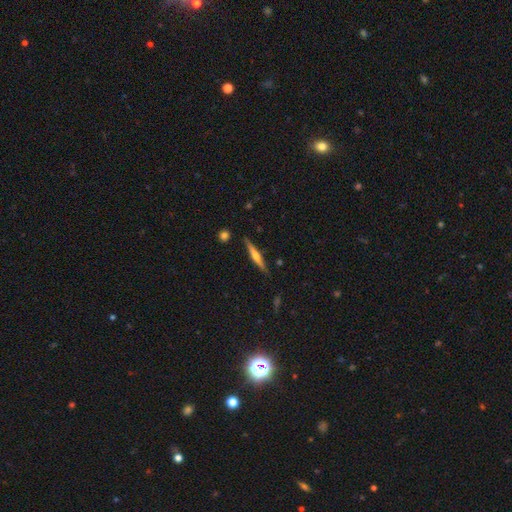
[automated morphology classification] A featured or disk galaxy (64%) viewed edge-on (97%) with a rounded central bulge (82%). Merging: none (88%).